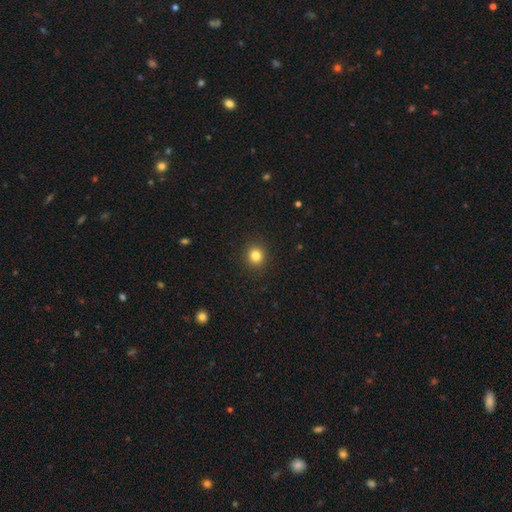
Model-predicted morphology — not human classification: Smooth or featured? smooth (83%)
How rounded? round (87%)
Merging? none (92%)